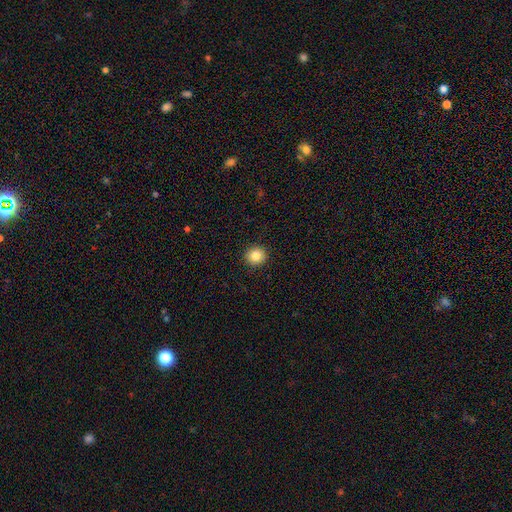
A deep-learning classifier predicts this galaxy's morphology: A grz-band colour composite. It shows a smooth galaxy with no disk features (85%) that is round (91%). Merging: none (92%).